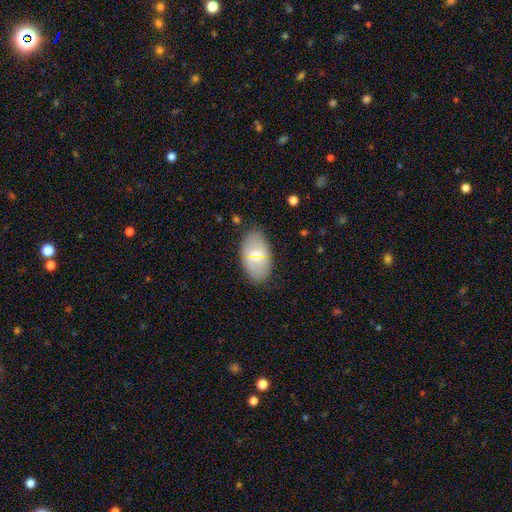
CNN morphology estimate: A smooth galaxy with no disk features (59%) that is in between round and cigar-shaped (92%).

Vote fractions:
- Smooth or featured? smooth: 59% / featured or disk: 33% / star or artifact: 7%
- How rounded? in between: 92% / round: 5% / cigar-shaped: 2%
- Merging? none: 82% / minor disturbance: 13% / major disturbance: 3% / merger: 2%